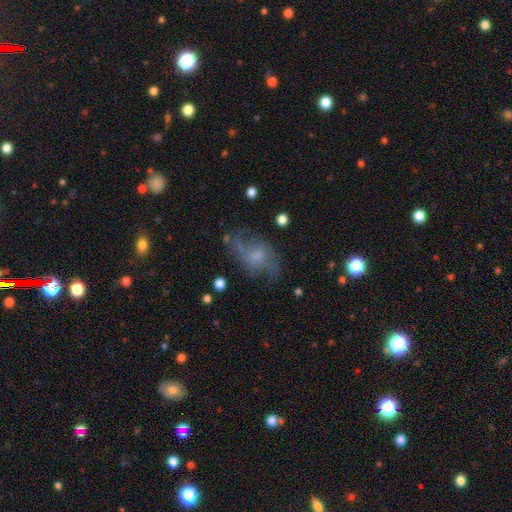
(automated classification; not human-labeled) This is possibly a featured or disk galaxy (53%). It is clearly not viewed edge-on (95%). Bar: likely no (70%). Spiral arm pattern: likely yes (66%). Central bulge: marginally small (34%). Merging: possibly none (49%).